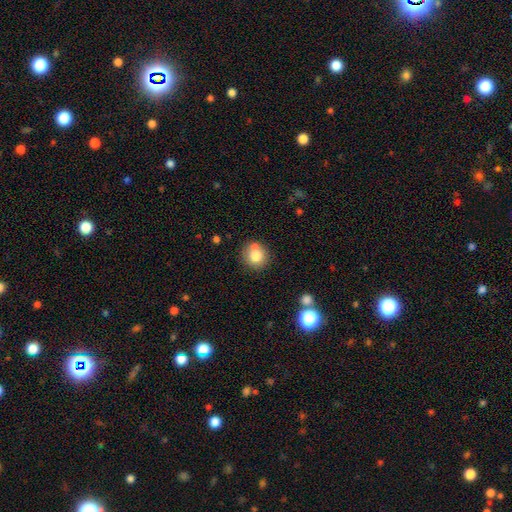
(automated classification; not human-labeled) A smooth galaxy with no disk features (77%) that is round (89%).

Vote fractions:
- Smooth or featured? smooth: 77% / featured or disk: 13% / star or artifact: 10%
- How rounded? round: 89% / in between: 10% / cigar-shaped: 1%
- Merging? none: 65% / merger: 20% / minor disturbance: 12% / major disturbance: 4%